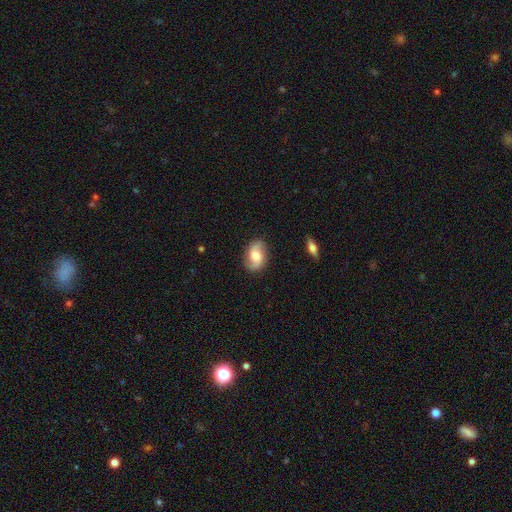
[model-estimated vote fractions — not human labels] Smooth or featured?
  - featured or disk: 51% *
  - smooth: 41%
  - star or artifact: 8%
Edge-on disk?
  - no: 95% *
  - yes: 5%
Merging?
  - none: 81% *
  - minor disturbance: 14%
  - major disturbance: 4%
  - merger: 1%